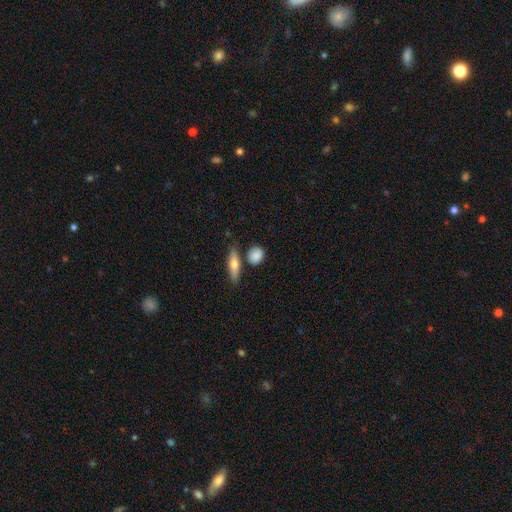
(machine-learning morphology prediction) A smooth galaxy with no disk features (83%) that is round (66%).

Vote fractions:
- Smooth or featured? smooth: 83% / featured or disk: 10% / star or artifact: 7%
- How rounded? round: 66% / in between: 27% / cigar-shaped: 7%
- Merging? none: 74% / minor disturbance: 13% / merger: 10% / major disturbance: 3%